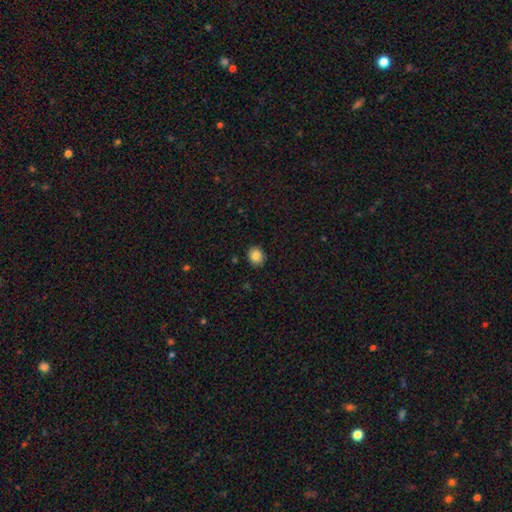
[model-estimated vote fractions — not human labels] Overall: smooth (84%). How rounded: round (75%). Merging: none (89%).